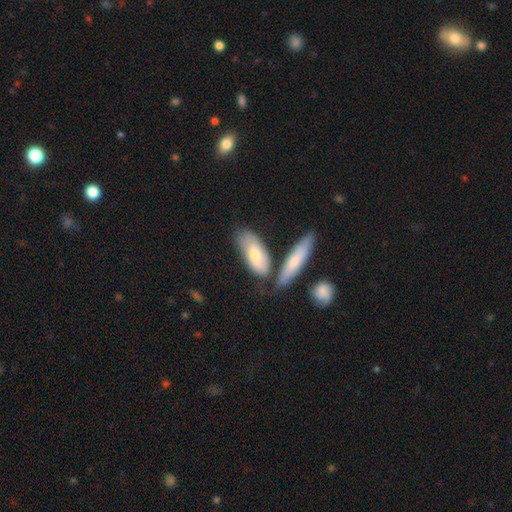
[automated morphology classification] smooth_or_featured: smooth (p=0.66) [alt: featured or disk p=0.29]
how_rounded: in between (p=0.75) [alt: cigar-shaped p=0.22]
merging: none (p=0.52) [alt: merger p=0.22]